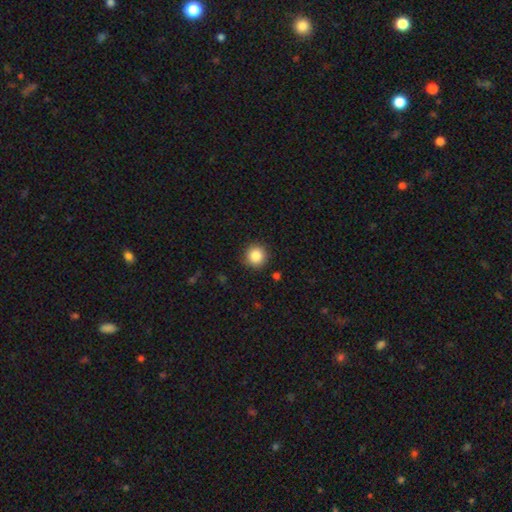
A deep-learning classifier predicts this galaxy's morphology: The model was most divided on "smooth or featured": smooth: 87%, star or artifact: 9%, featured or disk: 4%. More confident: how rounded — round (95%); merging — none (90%).